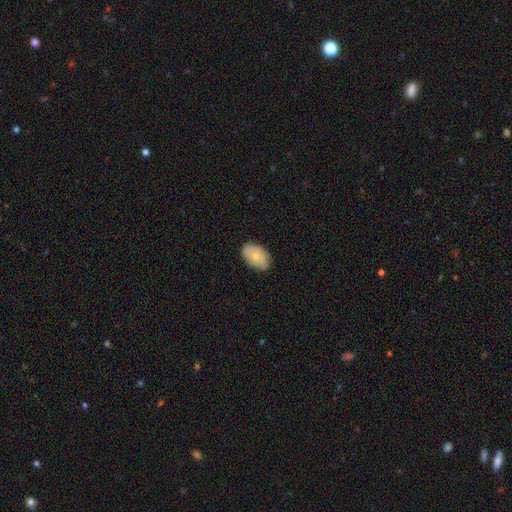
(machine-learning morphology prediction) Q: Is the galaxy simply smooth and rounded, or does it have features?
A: smooth — 74%.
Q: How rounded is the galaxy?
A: in between — 91%.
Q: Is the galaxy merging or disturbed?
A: none — 81%.